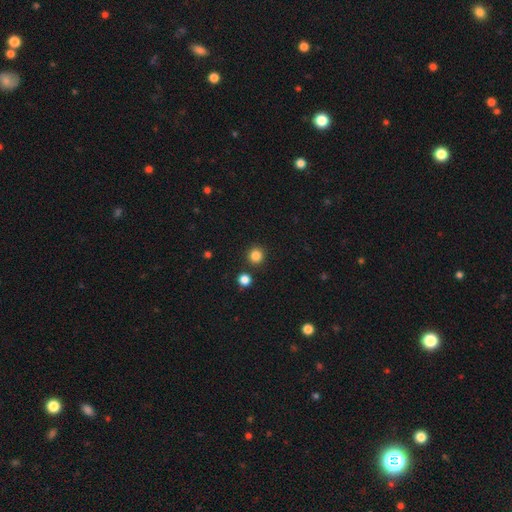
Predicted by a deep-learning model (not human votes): Smooth or featured? smooth (84%)
How rounded? round (93%)
Merging? none (88%)